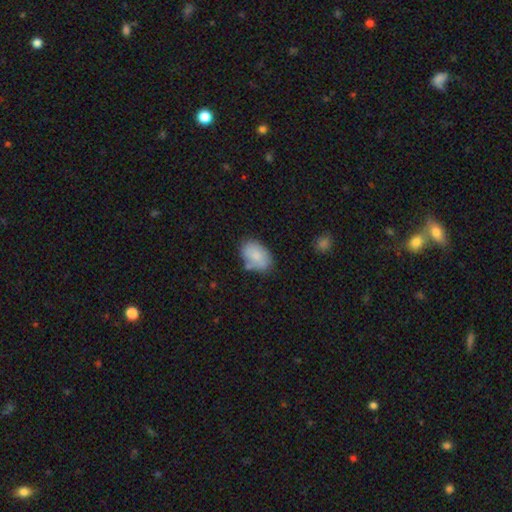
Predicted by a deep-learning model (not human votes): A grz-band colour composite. It shows a smooth galaxy with no disk features (80%) that is in between round and cigar-shaped (87%). Merging: none (65%).